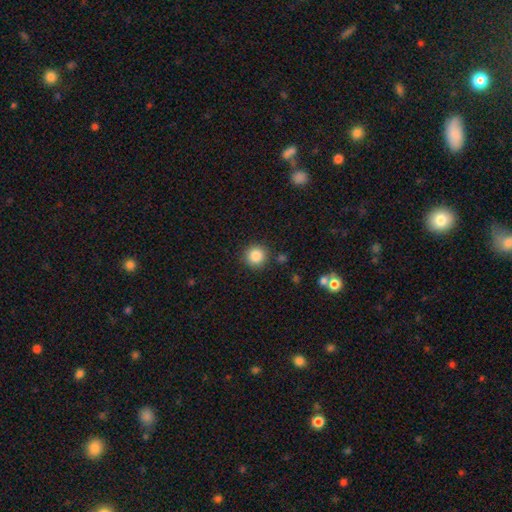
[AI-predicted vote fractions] Q: Smooth or featured?
A: smooth (86%); runner-up: star or artifact (10%)
Q: How rounded?
A: round (94%); runner-up: in between (5%)
Q: Merging?
A: none (89%); runner-up: minor disturbance (7%)